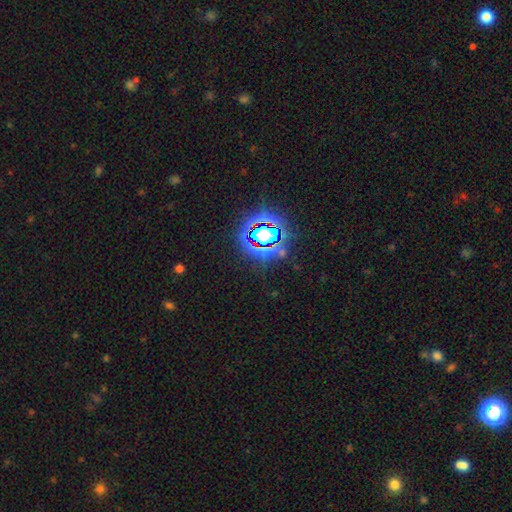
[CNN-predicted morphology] Q: Smooth or featured?
A: star or artifact (83%); runner-up: smooth (11%)